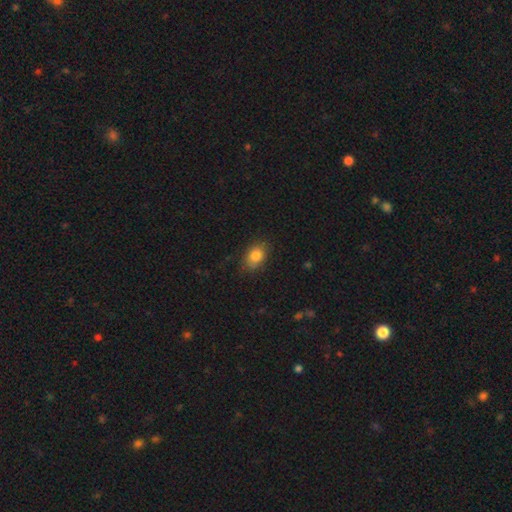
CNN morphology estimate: smooth-or-featured: smooth: 83% | star or artifact: 9% | featured or disk: 8%
  how-rounded: in between: 79% | round: 20% | cigar-shaped: 2%
  merging: none: 80% | minor disturbance: 15% | major disturbance: 3% | merger: 1%